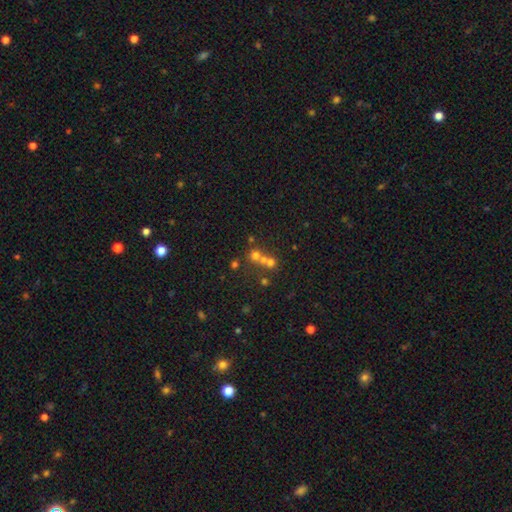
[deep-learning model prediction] smooth_or_featured: smooth (p=0.58) [alt: star or artifact p=0.23]
how_rounded: round (p=0.87) [alt: in between p=0.12]
merging: merger (p=0.49) [alt: none p=0.41]